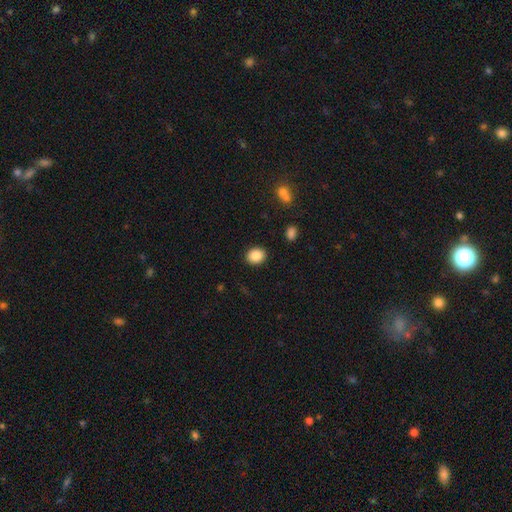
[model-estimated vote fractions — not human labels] The model was most divided on "how rounded": round: 57%, in between: 42%, cigar-shaped: 1%. More confident: merging — none (89%); smooth or featured — smooth (88%).